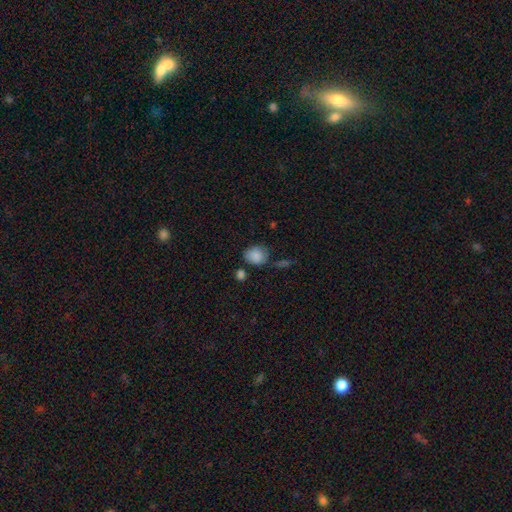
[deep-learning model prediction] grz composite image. It shows a smooth galaxy with no disk features (86%) that is round (55%). Merging: none (62%).